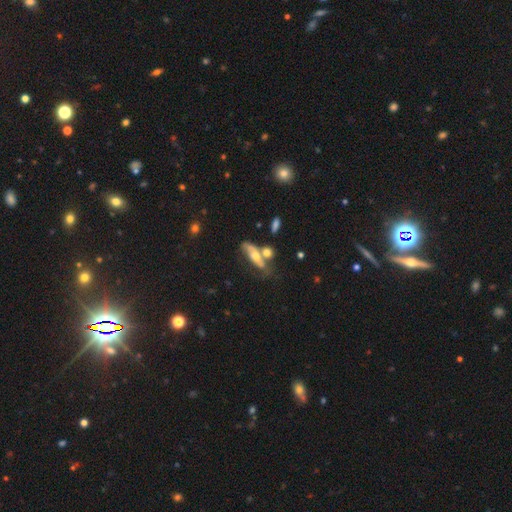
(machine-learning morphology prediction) A featured or disk galaxy (52%). Merging: none (33%).